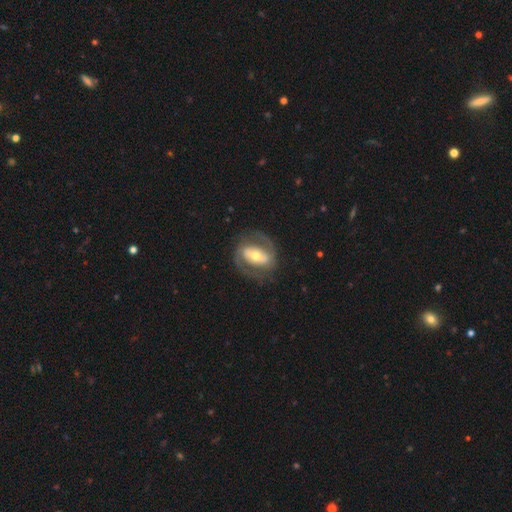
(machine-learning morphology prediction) smooth-or-featured: featured or disk: 79% | smooth: 16% | star or artifact: 5%
  disk-edge-on: no: 96% | yes: 4%
    bar: strong: 42% | weak: 31% | no: 27%
    has-spiral-arms: yes: 81% | no: 19%
      spiral-winding: medium: 48% | tight: 32% | loose: 20%
      spiral-arm-count: 2: 87% | can't tell: 7% | 1: 3% | 3: 1% | 4: 1% | more than 4: 1%
    bulge-size: moderate: 66% | small: 21% | large: 11% | dominant: 1% | none: 1%
  merging: none: 75% | minor disturbance: 14% | major disturbance: 10% | merger: 1%